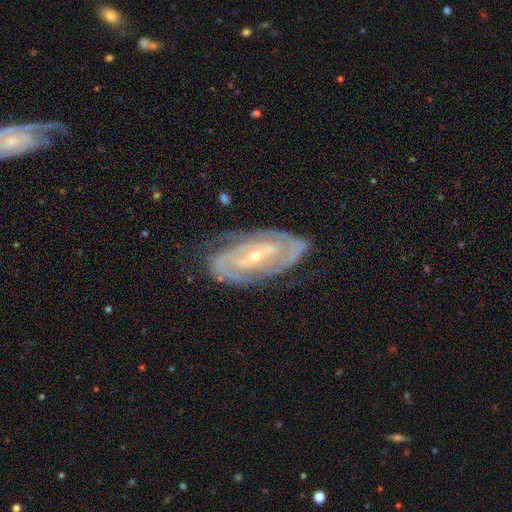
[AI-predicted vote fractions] Smooth or featured? Predicted: featured or disk (p=0.89). Edge-on disk? Predicted: no (p=0.95). Bar? Predicted: weak (p=0.37). Spiral arms? Predicted: yes (p=0.96). Spiral winding? Predicted: tight (p=0.67). Spiral arm count? Predicted: 2 (p=0.58). Bulge size? Predicted: small (p=0.62). Merging? Predicted: none (p=0.74).